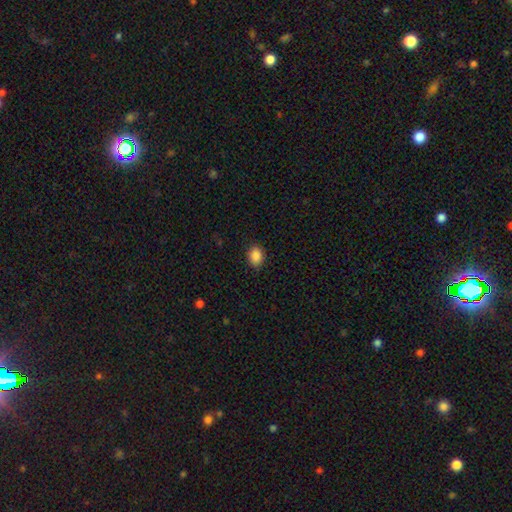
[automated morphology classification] smooth-or-featured: smooth: 88% | star or artifact: 9% | featured or disk: 4%
  how-rounded: in between: 66% | round: 33% | cigar-shaped: 1%
  merging: none: 88% | minor disturbance: 9% | major disturbance: 2% | merger: 1%